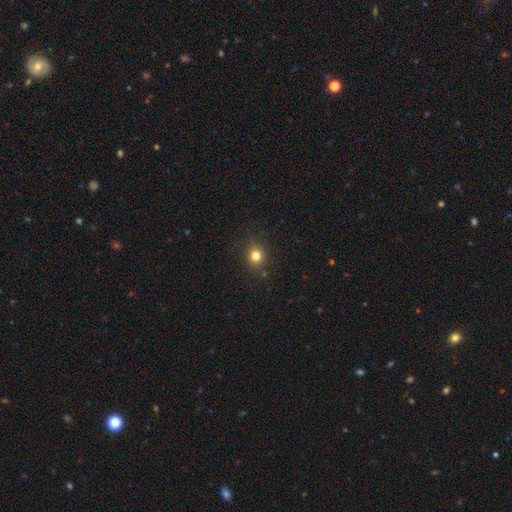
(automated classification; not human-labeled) smooth_or_featured: smooth (p=0.79) [alt: star or artifact p=0.15]
how_rounded: round (p=0.79) [alt: in between p=0.21]
merging: none (p=0.86) [alt: minor disturbance p=0.10]